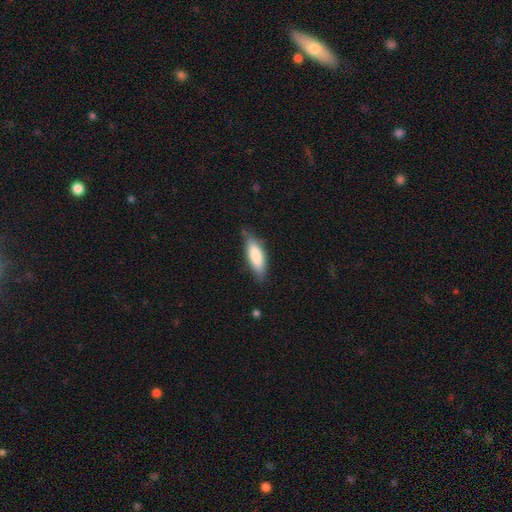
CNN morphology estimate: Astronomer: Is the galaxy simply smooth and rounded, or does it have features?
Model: smooth — 78%.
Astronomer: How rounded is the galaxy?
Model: in between — 55% (runner-up: cigar-shaped, 43%).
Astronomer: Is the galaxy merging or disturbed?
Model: none — 74%.